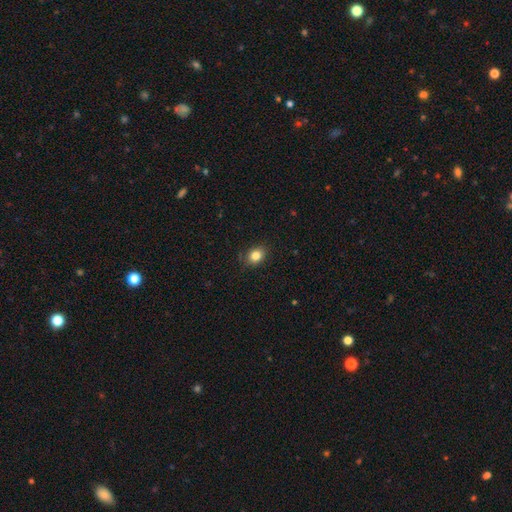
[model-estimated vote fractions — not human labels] smooth-or-featured: smooth: 83% | star or artifact: 10% | featured or disk: 7%
  how-rounded: in between: 57% | round: 42% | cigar-shaped: 1%
  merging: none: 83% | minor disturbance: 13% | major disturbance: 3% | merger: 1%